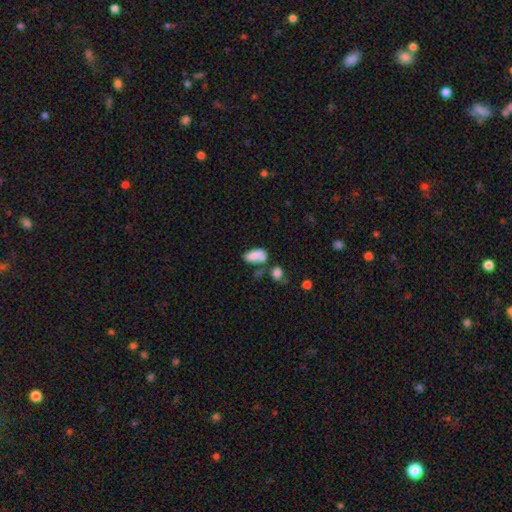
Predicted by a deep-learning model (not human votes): Smooth or featured?
  - smooth: 79% *
  - featured or disk: 12%
  - star or artifact: 9%
How rounded?
  - in between: 90% *
  - cigar-shaped: 6%
  - round: 4%
Merging?
  - none: 36% *
  - merger: 27%
  - minor disturbance: 23%
  - major disturbance: 13%